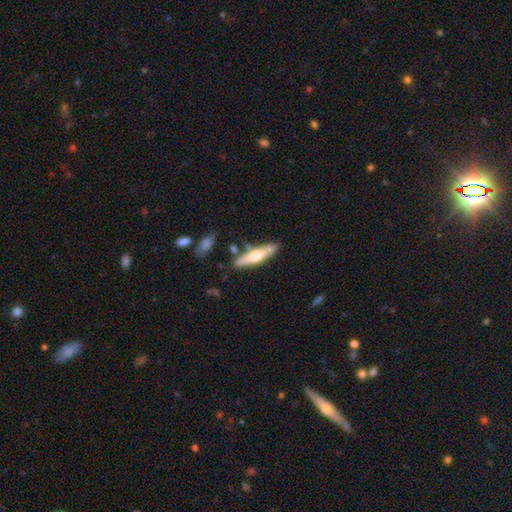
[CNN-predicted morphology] A smooth galaxy with no disk features (50%).

Vote fractions:
- Smooth or featured? smooth: 50% / featured or disk: 45% / star or artifact: 5%
- Merging? none: 79% / minor disturbance: 12% / merger: 6% / major disturbance: 3%